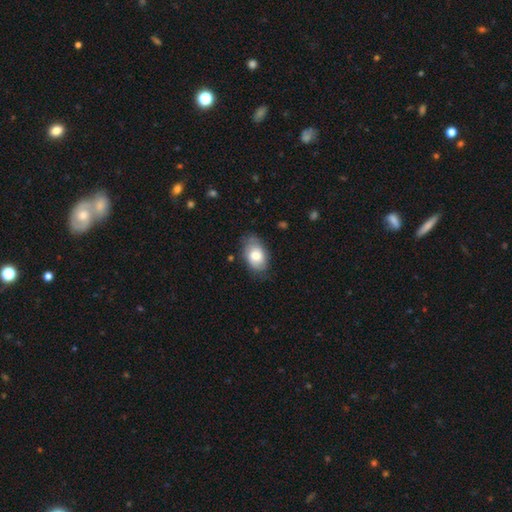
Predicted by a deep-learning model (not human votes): Q: Smooth or featured?
A: smooth (72%); runner-up: featured or disk (21%)
Q: How rounded?
A: in between (89%); runner-up: round (10%)
Q: Merging?
A: none (70%); runner-up: minor disturbance (23%)